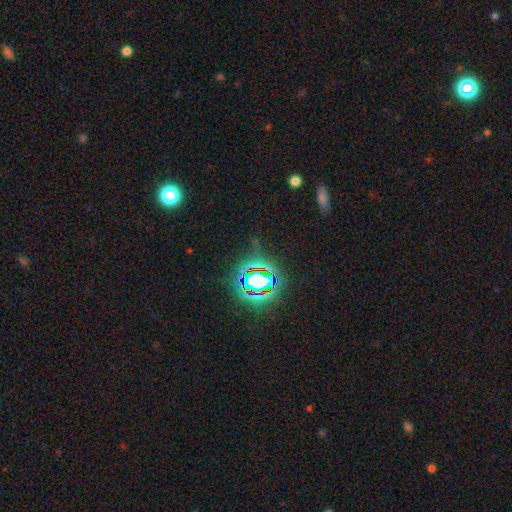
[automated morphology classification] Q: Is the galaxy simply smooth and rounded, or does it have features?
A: star or artifact — 77%.